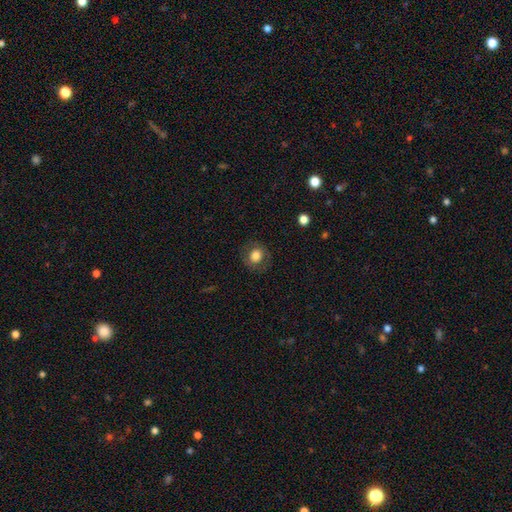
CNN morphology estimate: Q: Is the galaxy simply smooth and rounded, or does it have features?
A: smooth — 77%.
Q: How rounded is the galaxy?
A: round — 79%.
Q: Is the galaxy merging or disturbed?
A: none — 82%.